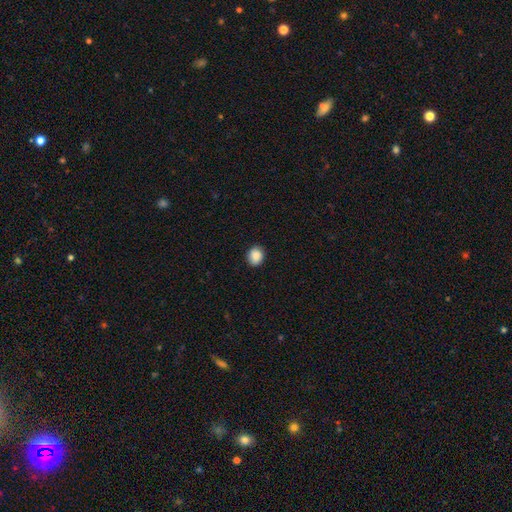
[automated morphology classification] type=smooth (88%); roundness=round (68%); merging=none (89%).